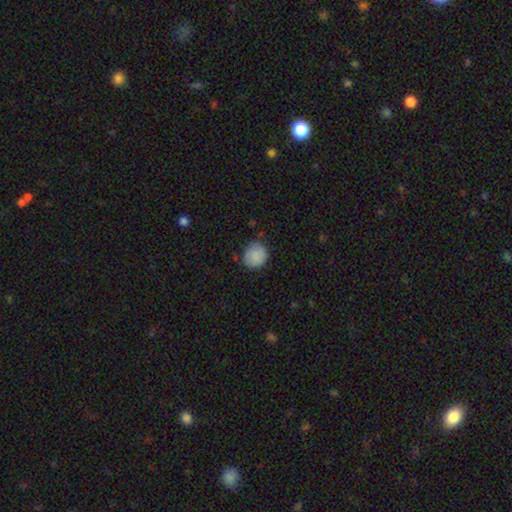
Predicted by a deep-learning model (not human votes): Smooth or featured: smooth — 87% (star or artifact — 8%)
How rounded: round — 88% (in between — 12%)
Merging: none — 81% (minor disturbance — 15%)